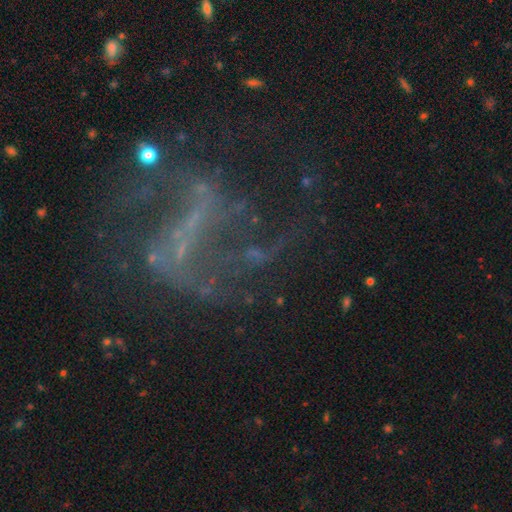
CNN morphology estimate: Smooth or featured? featured or disk (57%)
Edge-on disk? no (95%)
Bar? no (43%)
Spiral arms? yes (53%)
Bulge size? none (56%)
Merging? none (48%)